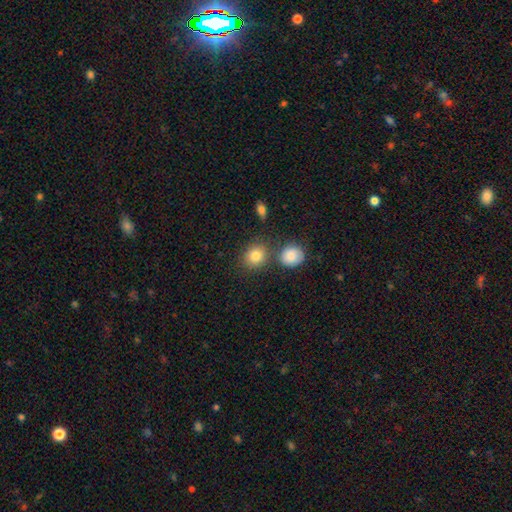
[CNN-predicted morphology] A smooth galaxy with no disk features (83%) that is round (71%). Merging: none (71%).